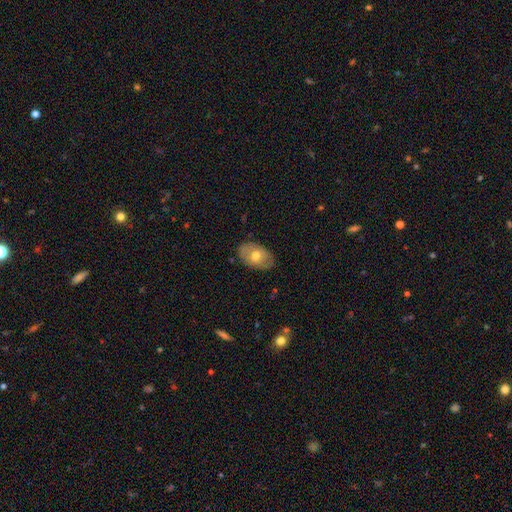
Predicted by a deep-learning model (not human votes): A smooth galaxy with no disk features (63%) that is in between round and cigar-shaped (88%). Merging: none (82%).